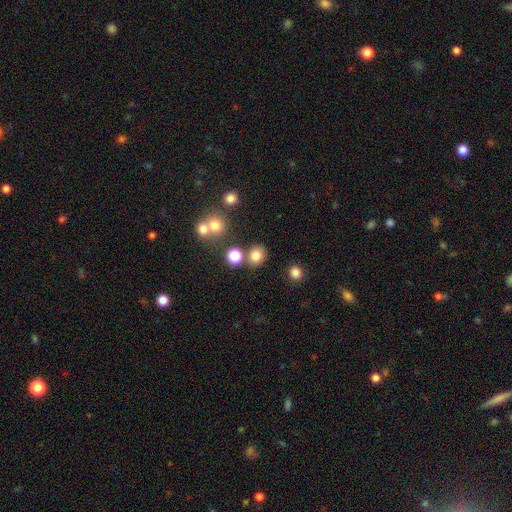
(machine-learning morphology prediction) This is likely a smooth galaxy (80%). How rounded: likely round (77%). Merging: likely none (77%).